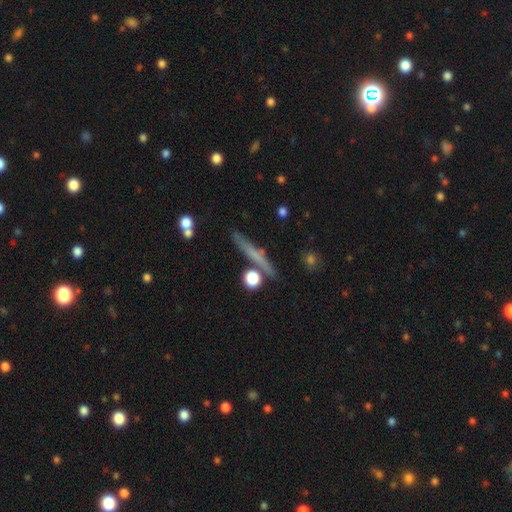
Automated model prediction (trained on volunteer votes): A smooth galaxy with no disk features (48%). Merging: none (81%).